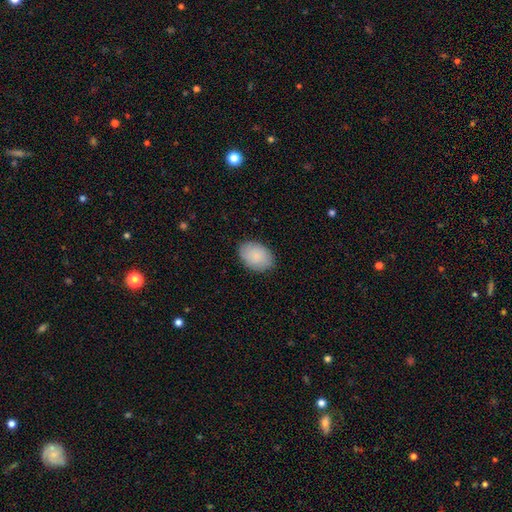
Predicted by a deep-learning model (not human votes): smooth 88%, featured or disk 6%, star or artifact 6%. Down the decision tree: how rounded — in between (83%); merging — none (86%).